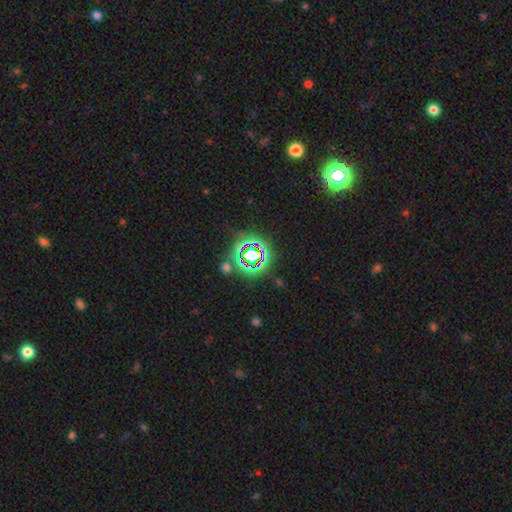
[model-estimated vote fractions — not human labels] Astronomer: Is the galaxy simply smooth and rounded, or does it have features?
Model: star or artifact — 71%.